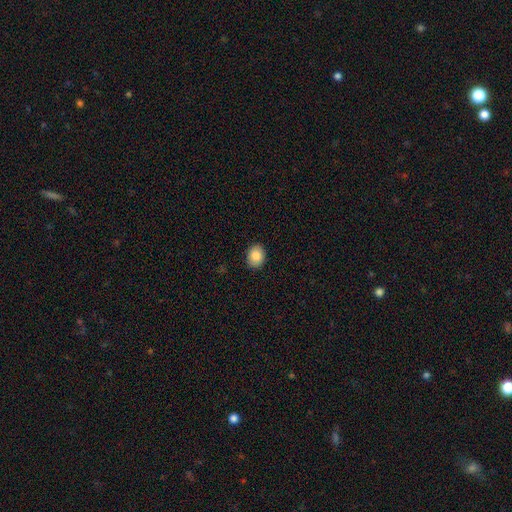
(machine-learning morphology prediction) Smooth or featured?
  - smooth: 85% *
  - star or artifact: 8%
  - featured or disk: 7%
How rounded?
  - in between: 53% *
  - round: 46%
  - cigar-shaped: 1%
Merging?
  - none: 91% *
  - minor disturbance: 7%
  - major disturbance: 2%
  - merger: 1%